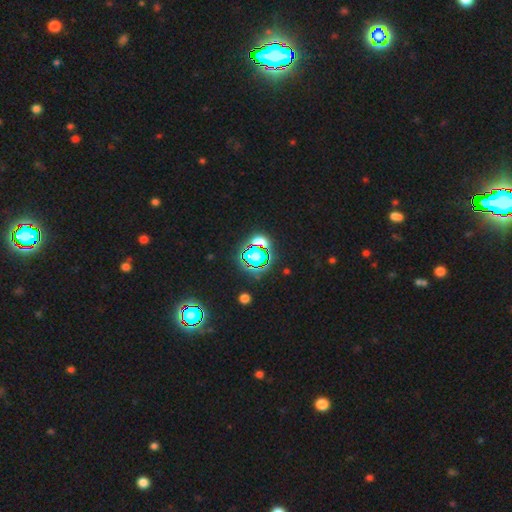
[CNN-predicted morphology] This is likely a star or artifact rather than a galaxy (66%).